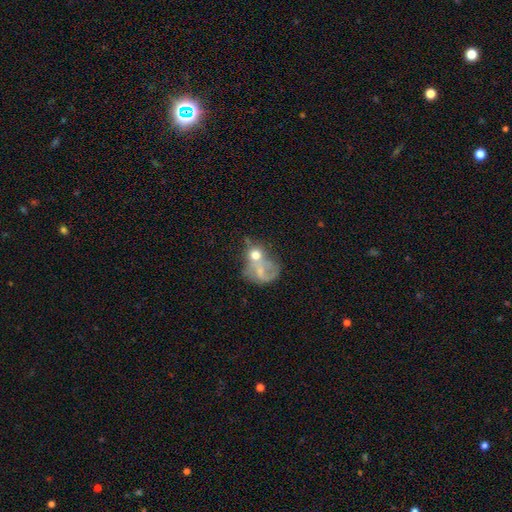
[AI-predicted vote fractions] Smooth or featured? Predicted: smooth (p=0.50). How rounded? Predicted: round (p=0.66). Merging? Predicted: merger (p=0.50).